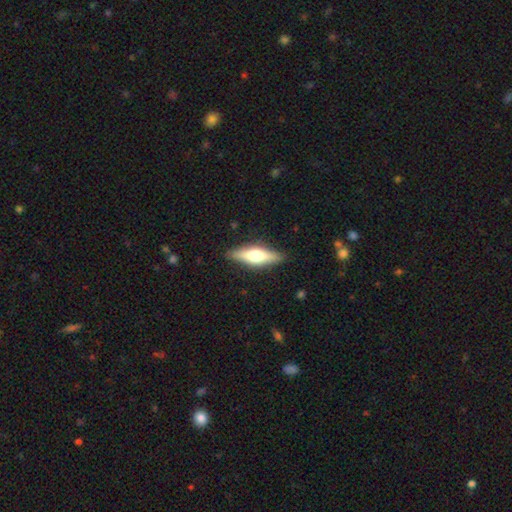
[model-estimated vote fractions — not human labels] Smooth or featured? smooth (49%)
Merging? none (87%)